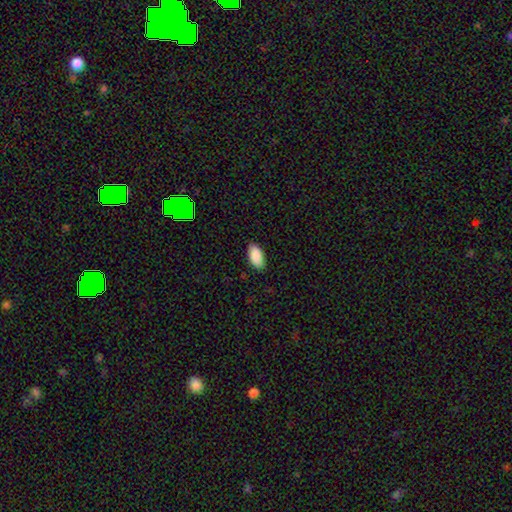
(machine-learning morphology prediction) smooth_or_featured: smooth (p=0.90) [alt: star or artifact p=0.07]
how_rounded: in between (p=0.94) [alt: cigar-shaped p=0.03]
merging: none (p=0.87) [alt: minor disturbance p=0.10]